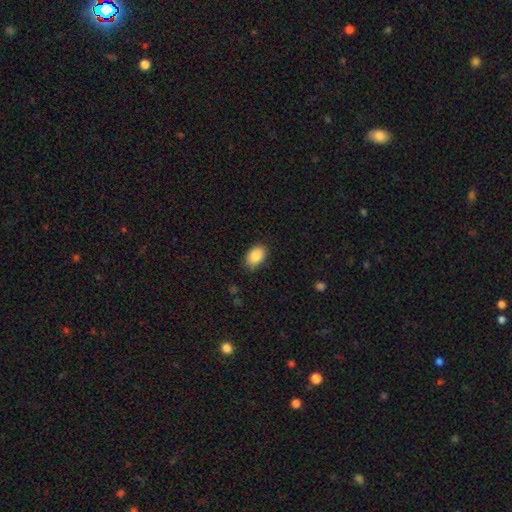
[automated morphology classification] Smooth or featured? smooth (88%)
How rounded? in between (86%)
Merging? none (82%)